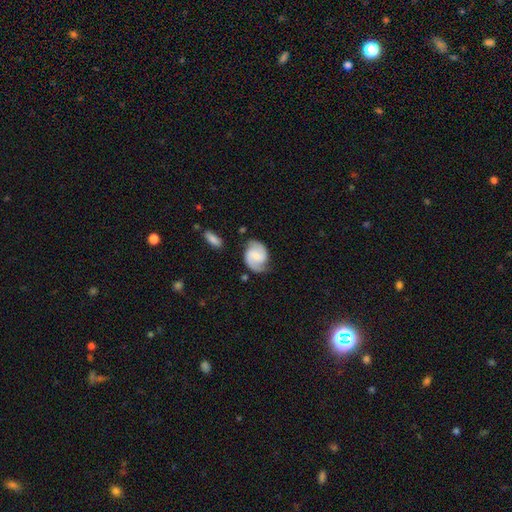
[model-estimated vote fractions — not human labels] Smooth or featured? Predicted: featured or disk (p=0.74). Edge-on disk? Predicted: no (p=0.98). Bar? Predicted: weak (p=0.46). Spiral arms? Predicted: yes (p=0.96). Spiral winding? Predicted: medium (p=0.50). Spiral arm count? Predicted: 2 (p=0.89). Bulge size? Predicted: small (p=0.37). Merging? Predicted: none (p=0.73).